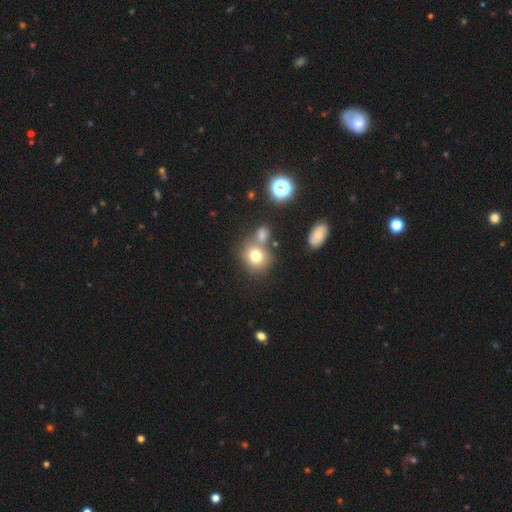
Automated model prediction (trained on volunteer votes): A smooth galaxy with no disk features (75%) that is round (78%).

Vote fractions:
- Smooth or featured? smooth: 75% / star or artifact: 14% / featured or disk: 11%
- How rounded? round: 78% / in between: 21% / cigar-shaped: 1%
- Merging? none: 57% / merger: 28% / minor disturbance: 11% / major disturbance: 5%